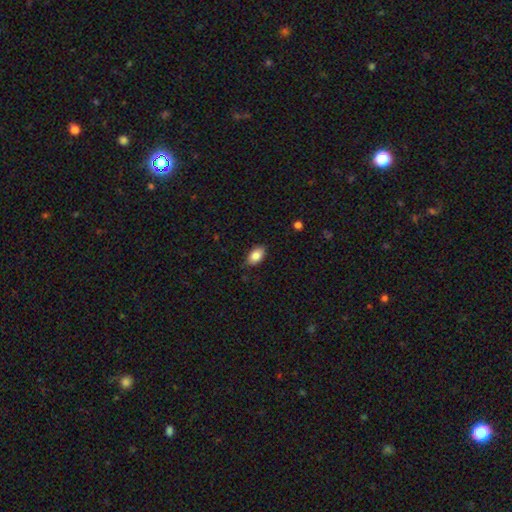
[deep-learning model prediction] This appears to be a smooth galaxy with no disk features (84%) that is in between round and cigar-shaped (92%). Merging: none (83%).